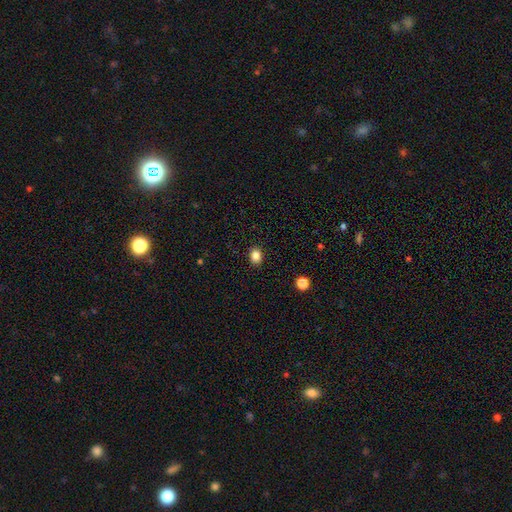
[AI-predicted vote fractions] This is clearly a smooth galaxy (84%). How rounded: possibly in between (54%). Merging: clearly none (90%).